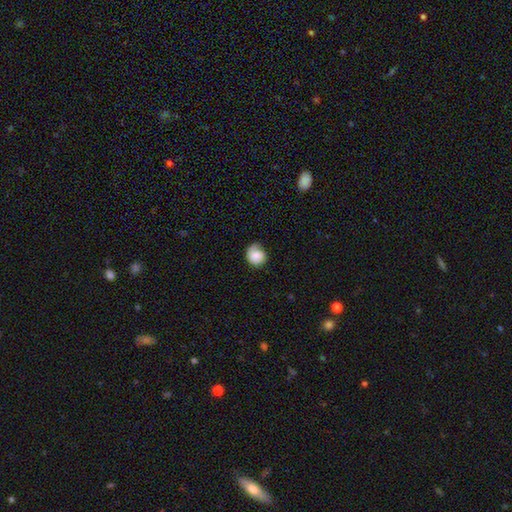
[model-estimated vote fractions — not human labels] A smooth galaxy with no disk features (78%) that is round (79%). Merging: none (55%).